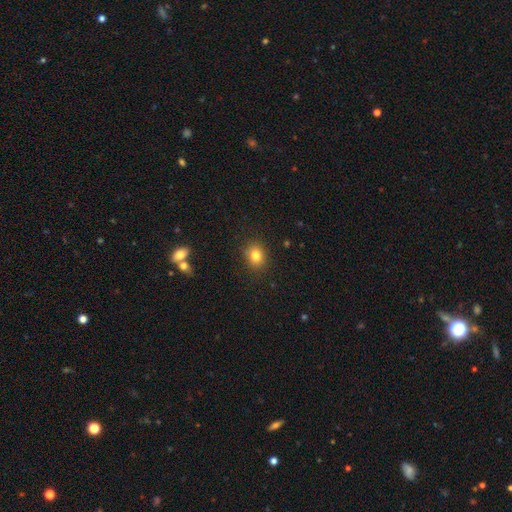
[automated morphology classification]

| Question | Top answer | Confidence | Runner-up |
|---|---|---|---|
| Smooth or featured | smooth | 81% | star or artifact (11%) |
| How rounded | round | 57% | in between (42%) |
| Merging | none | 86% | minor disturbance (10%) |